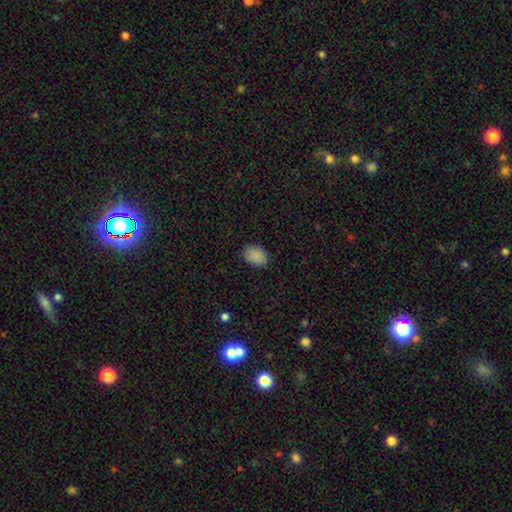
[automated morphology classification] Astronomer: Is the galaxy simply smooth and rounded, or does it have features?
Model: smooth — 88%.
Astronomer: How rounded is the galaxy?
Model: in between — 76%.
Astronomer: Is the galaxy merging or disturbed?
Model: none — 84%.